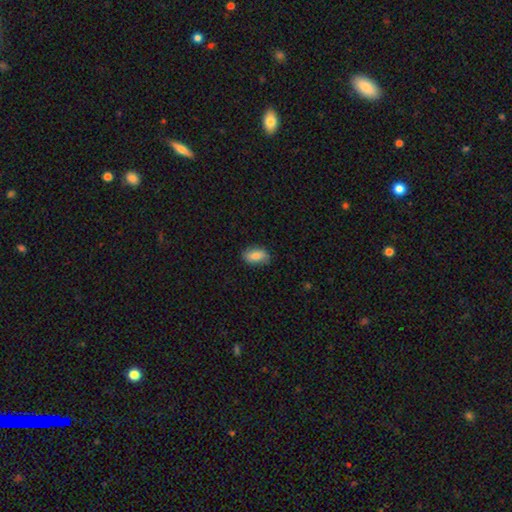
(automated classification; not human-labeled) Smooth or featured? Predicted: smooth (p=0.79). How rounded? Predicted: in between (p=0.90). Merging? Predicted: none (p=0.81).